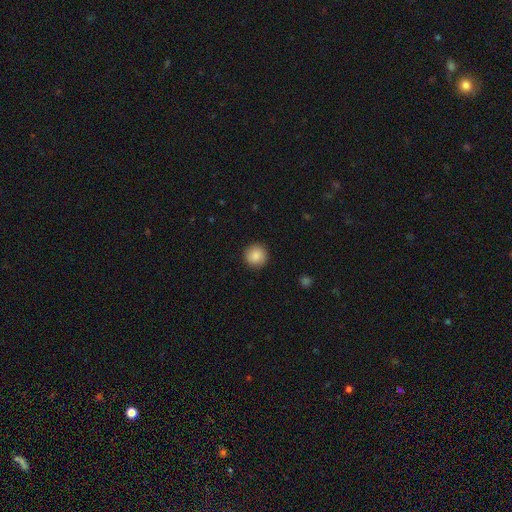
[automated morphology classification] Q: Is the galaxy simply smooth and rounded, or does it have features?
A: smooth — 87%.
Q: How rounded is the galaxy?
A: round — 95%.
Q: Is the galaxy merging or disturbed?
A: none — 92%.